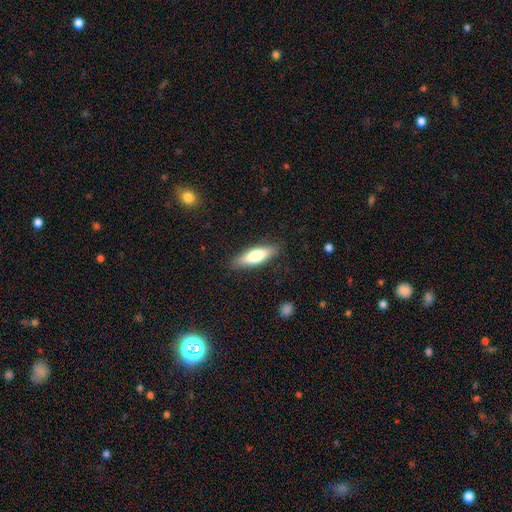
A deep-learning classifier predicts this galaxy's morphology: This appears to be a smooth galaxy with no disk features (69%) that is cigar-shaped (54%). Merging: none (87%).